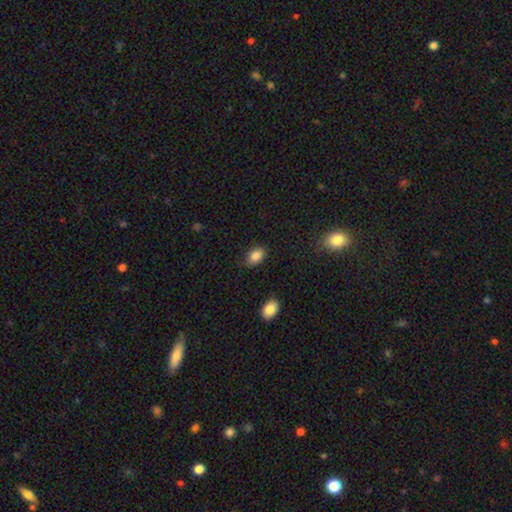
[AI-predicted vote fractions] A smooth galaxy with no disk features (86%) that is in between round and cigar-shaped (83%). Merging: none (80%).